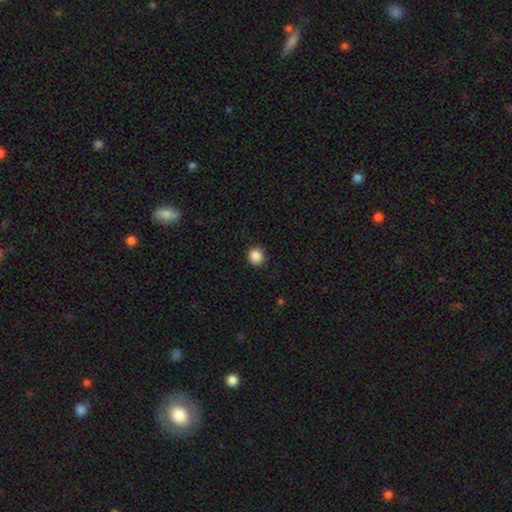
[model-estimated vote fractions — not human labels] The model was most divided on "smooth or featured": smooth: 88%, star or artifact: 10%, featured or disk: 3%. More confident: merging — none (91%); how rounded — round (90%).